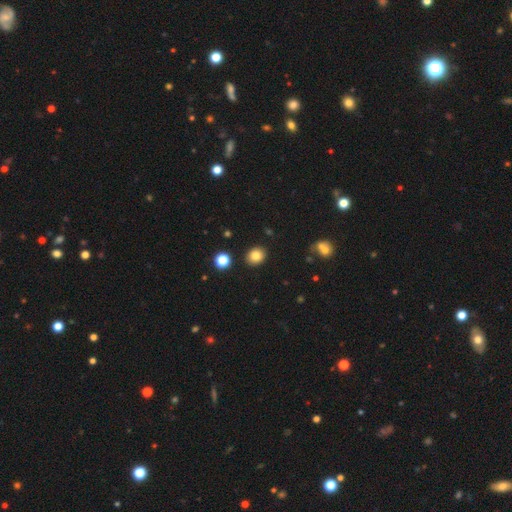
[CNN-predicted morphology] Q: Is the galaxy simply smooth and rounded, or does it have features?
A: smooth — 83%.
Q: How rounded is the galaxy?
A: round — 66%.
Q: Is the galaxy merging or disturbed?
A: none — 89%.